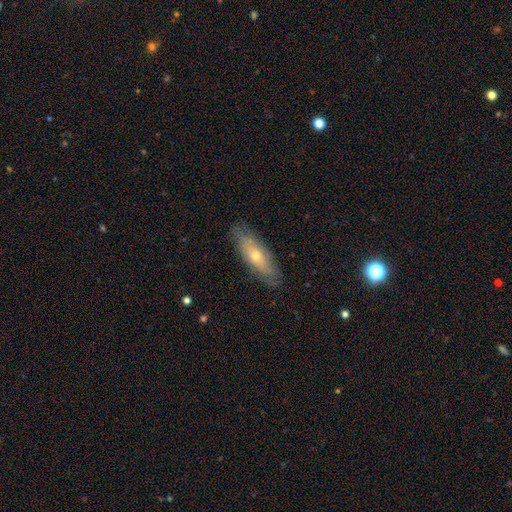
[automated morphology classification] Smooth or featured? Predicted: featured or disk (p=0.47). Merging? Predicted: none (p=0.83).